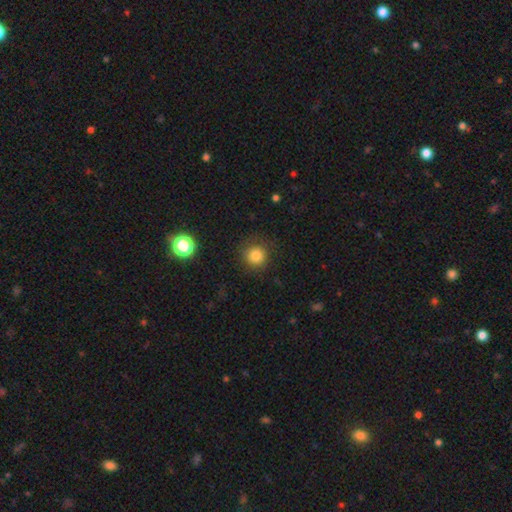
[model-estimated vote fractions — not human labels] Smooth or featured? smooth (82%)
How rounded? round (93%)
Merging? none (85%)